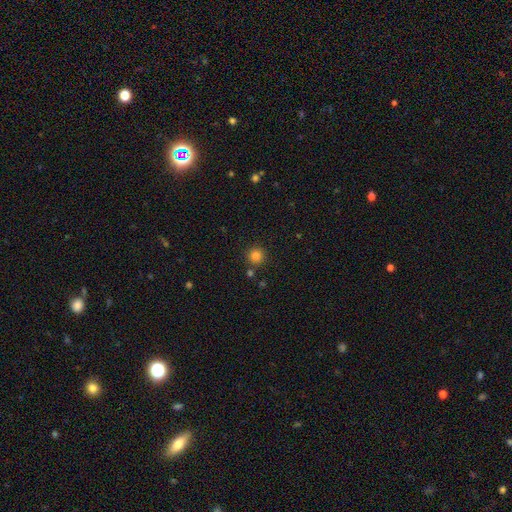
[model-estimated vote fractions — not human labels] smooth_or_featured: smooth (p=0.82) [alt: star or artifact p=0.13]
how_rounded: round (p=0.95) [alt: in between p=0.04]
merging: none (p=0.85) [alt: minor disturbance p=0.07]